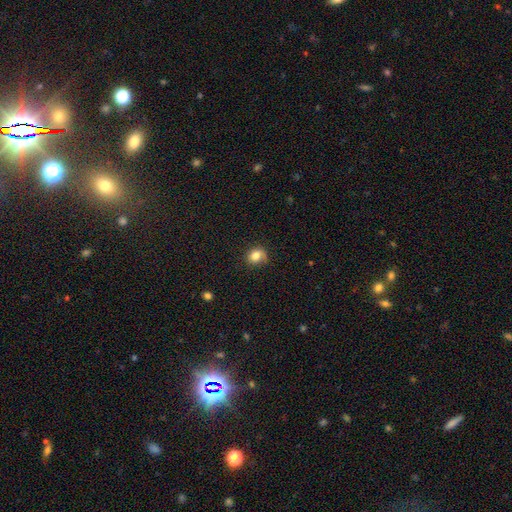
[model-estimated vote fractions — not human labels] This appears to be a smooth galaxy with no disk features (81%) that is round (62%). Merging: none (70%).